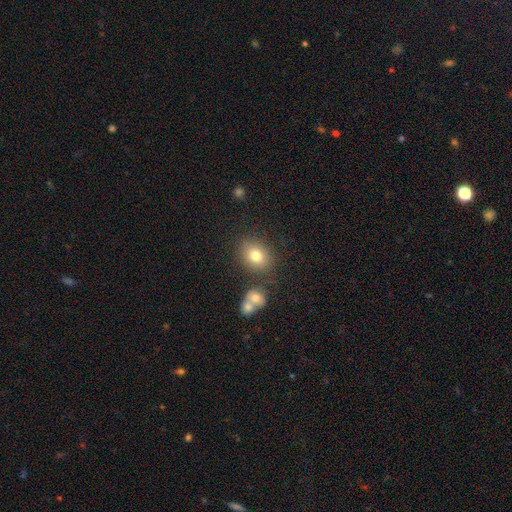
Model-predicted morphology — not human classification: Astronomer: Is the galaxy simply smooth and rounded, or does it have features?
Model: smooth — 78%.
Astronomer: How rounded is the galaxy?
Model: round — 51% (runner-up: in between, 48%).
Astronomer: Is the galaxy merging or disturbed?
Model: none — 76%.